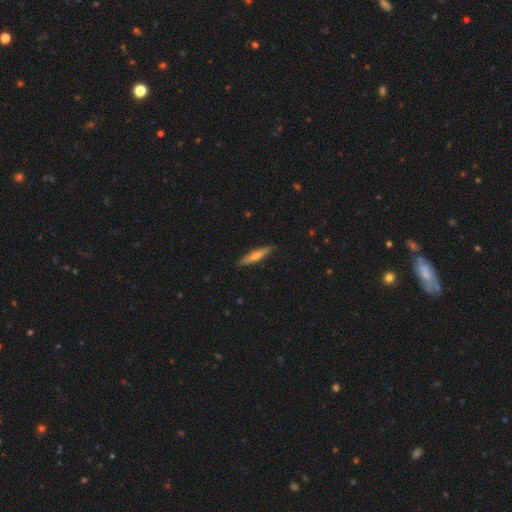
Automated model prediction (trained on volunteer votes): The model was most divided on "smooth or featured": smooth: 51%, featured or disk: 43%, star or artifact: 6%. More confident: merging — none (89%); how rounded — cigar-shaped (88%).